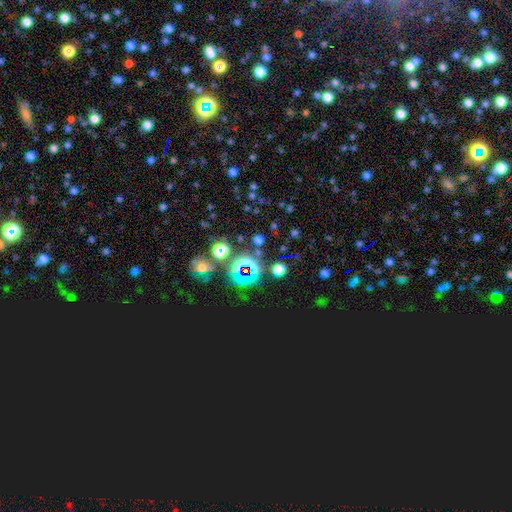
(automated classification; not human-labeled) A star or artifact, not a galaxy (76%).

Vote fractions:
- Smooth or featured? star or artifact: 76% / smooth: 15% / featured or disk: 9%